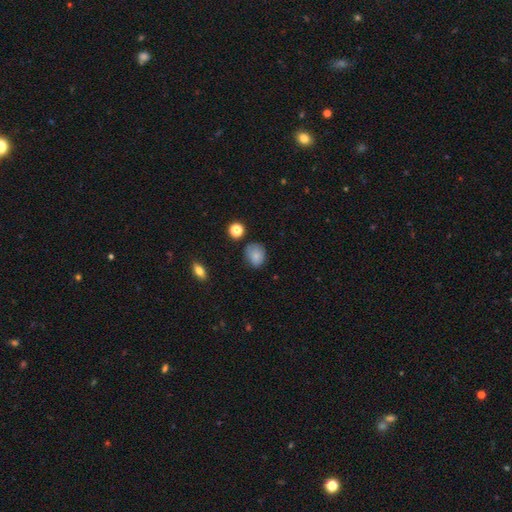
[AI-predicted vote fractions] Smooth or featured?
  - smooth: 83% *
  - star or artifact: 10%
  - featured or disk: 7%
How rounded?
  - round: 57% *
  - in between: 42%
  - cigar-shaped: 1%
Merging?
  - none: 70% *
  - minor disturbance: 22%
  - major disturbance: 5%
  - merger: 3%